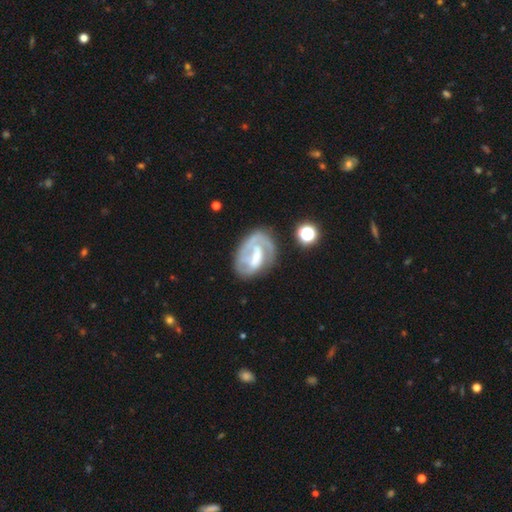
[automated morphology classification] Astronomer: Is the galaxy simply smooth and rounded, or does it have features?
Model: featured or disk — 72%.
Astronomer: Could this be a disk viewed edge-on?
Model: no — 97%.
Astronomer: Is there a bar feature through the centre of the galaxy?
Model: weak — 41% (runner-up: strong, 29%).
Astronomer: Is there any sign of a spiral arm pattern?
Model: yes — 78%.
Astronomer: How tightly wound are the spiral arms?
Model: tight — 51% (runner-up: medium, 34%).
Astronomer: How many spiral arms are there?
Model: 1 — 46% (runner-up: 2, 26%).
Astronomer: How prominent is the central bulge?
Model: moderate — 35% (runner-up: none, 25%).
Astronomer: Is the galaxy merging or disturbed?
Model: none — 53%.